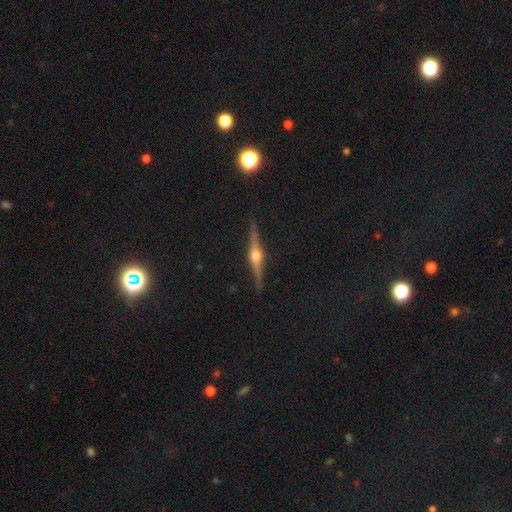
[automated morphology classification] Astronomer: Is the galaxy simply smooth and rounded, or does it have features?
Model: featured or disk — 82%.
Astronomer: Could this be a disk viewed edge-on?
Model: yes — 98%.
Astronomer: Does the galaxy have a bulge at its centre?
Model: rounded — 95%.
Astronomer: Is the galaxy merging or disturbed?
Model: none — 90%.